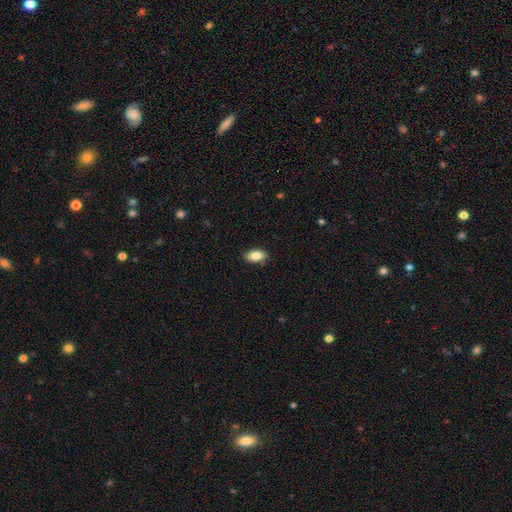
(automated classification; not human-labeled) A smooth galaxy with no disk features (84%) that is in between round and cigar-shaped (91%).

Vote fractions:
- Smooth or featured? smooth: 84% / featured or disk: 8% / star or artifact: 7%
- How rounded? in between: 91% / round: 4% / cigar-shaped: 4%
- Merging? none: 87% / minor disturbance: 10% / major disturbance: 2% / merger: 1%